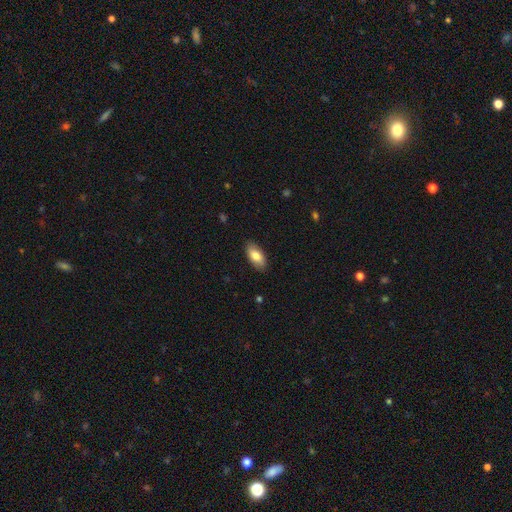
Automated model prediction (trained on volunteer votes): smooth-or-featured: smooth: 80% | featured or disk: 13% | star or artifact: 6%
  how-rounded: in between: 91% | cigar-shaped: 7% | round: 2%
  merging: none: 87% | minor disturbance: 10% | major disturbance: 2% | merger: 1%